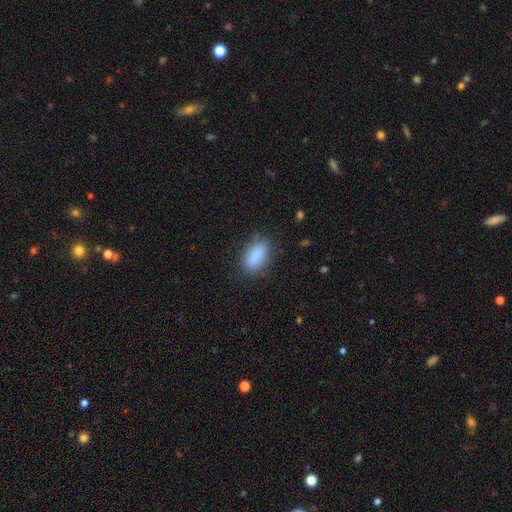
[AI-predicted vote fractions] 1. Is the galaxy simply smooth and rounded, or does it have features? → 87% smooth, 8% star or artifact, 5% featured or disk.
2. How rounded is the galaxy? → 90% in between, 5% round, 5% cigar-shaped.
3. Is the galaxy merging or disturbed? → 78% none, 16% minor disturbance, 5% major disturbance, 1% merger.